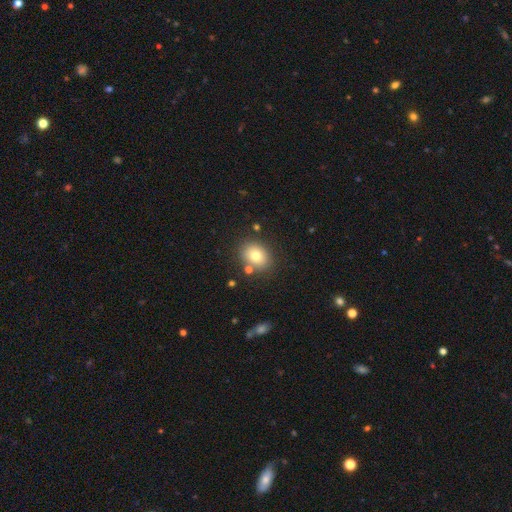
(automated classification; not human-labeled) This is likely a smooth galaxy (76%). How rounded: possibly round (50%). Merging: likely none (80%).